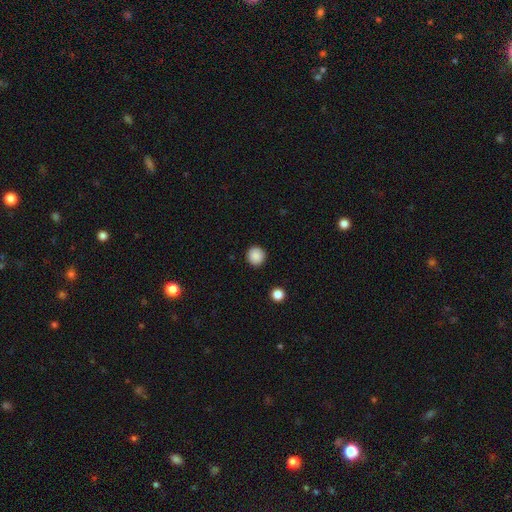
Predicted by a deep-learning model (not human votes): Q: Smooth or featured?
A: smooth (88%); runner-up: star or artifact (9%)
Q: How rounded?
A: round (93%); runner-up: in between (6%)
Q: Merging?
A: none (92%); runner-up: minor disturbance (5%)